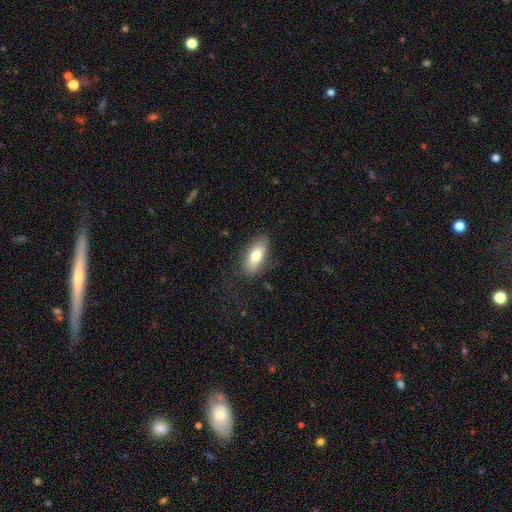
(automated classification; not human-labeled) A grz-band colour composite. It shows a smooth galaxy with no disk features (77%) that is in between round and cigar-shaped (84%). Merging: none (74%).